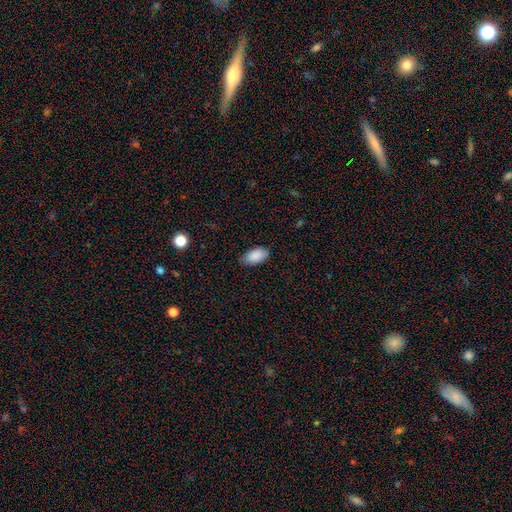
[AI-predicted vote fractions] Smooth or featured? smooth (89%)
How rounded? in between (95%)
Merging? none (81%)